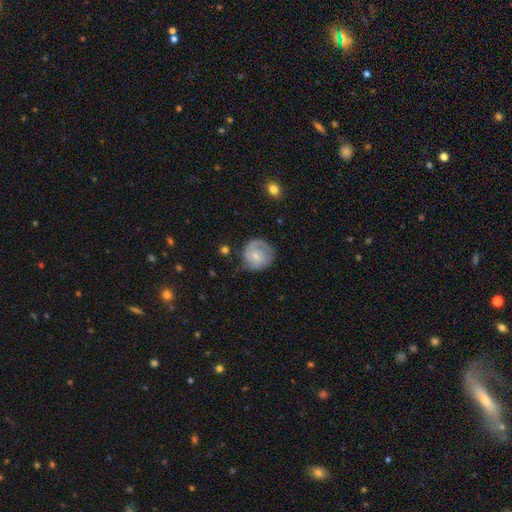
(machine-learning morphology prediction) Smooth or featured? Predicted: featured or disk (p=0.50). Merging? Predicted: none (p=0.60).